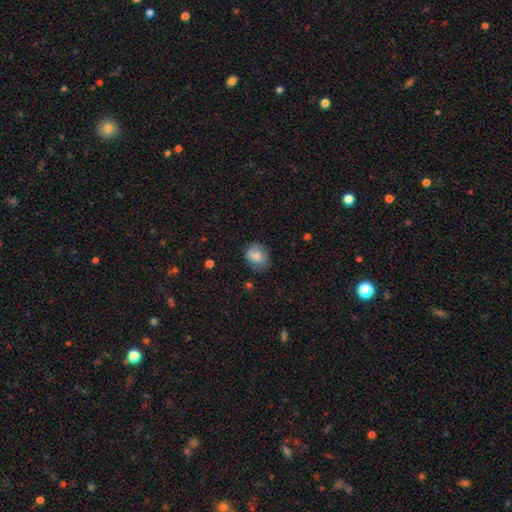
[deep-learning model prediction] Smooth or featured? Predicted: smooth (p=0.82). How rounded? Predicted: round (p=0.52). Merging? Predicted: none (p=0.64).